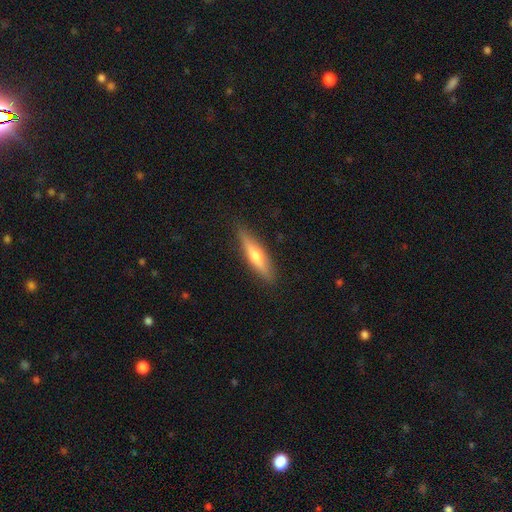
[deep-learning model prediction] Smooth or featured?
  - featured or disk: 53% *
  - smooth: 41%
  - star or artifact: 6%
Edge-on disk?
  - yes: 93% *
  - no: 7%
Merging?
  - none: 87% *
  - minor disturbance: 9%
  - major disturbance: 2%
  - merger: 1%